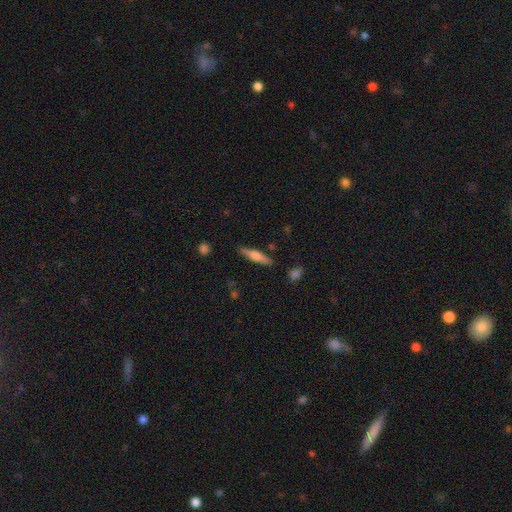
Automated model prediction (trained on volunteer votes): Smooth or featured?
  - smooth: 58% *
  - featured or disk: 35%
  - star or artifact: 6%
How rounded?
  - cigar-shaped: 83% *
  - in between: 15%
  - round: 2%
Merging?
  - none: 85% *
  - minor disturbance: 10%
  - major disturbance: 2%
  - merger: 2%